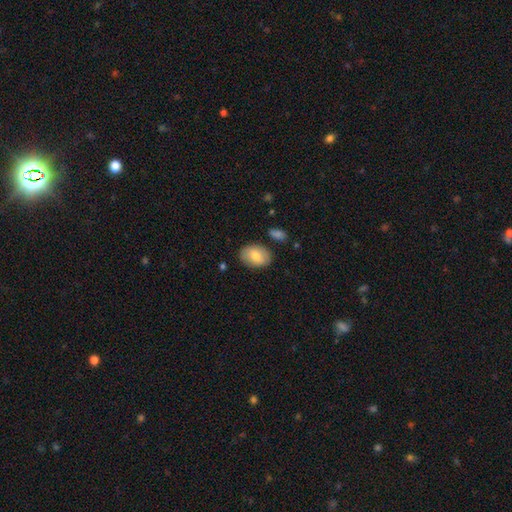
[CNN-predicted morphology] This appears to be a smooth galaxy with no disk features (78%) that is in between round and cigar-shaped (83%). Merging: none (81%).